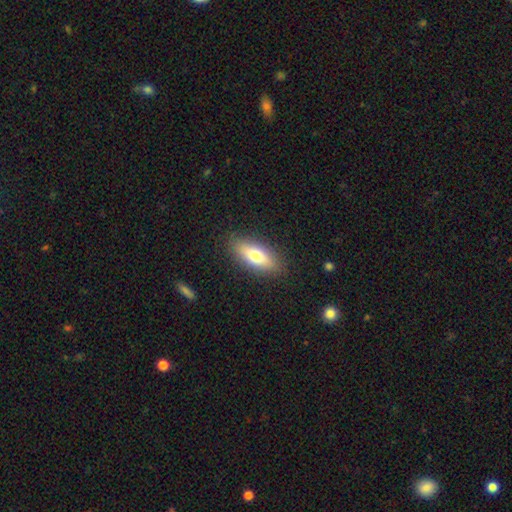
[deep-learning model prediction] Smooth or featured?
  - smooth: 71% *
  - featured or disk: 22%
  - star or artifact: 7%
How rounded?
  - in between: 74% *
  - cigar-shaped: 23%
  - round: 3%
Merging?
  - none: 87% *
  - minor disturbance: 9%
  - major disturbance: 3%
  - merger: 1%